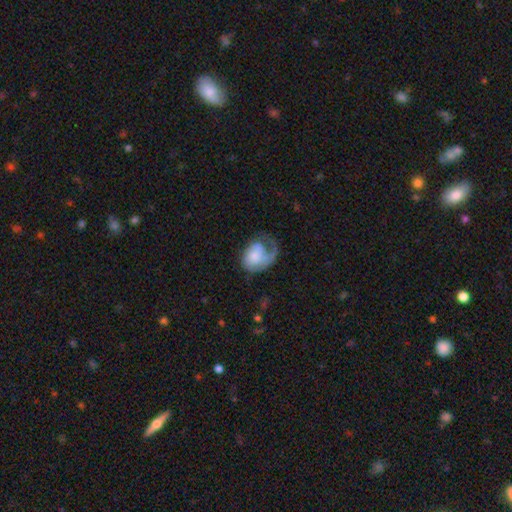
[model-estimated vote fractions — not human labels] Smooth or featured? featured or disk (51%)
Edge-on disk? no (98%)
Merging? major disturbance (50%)